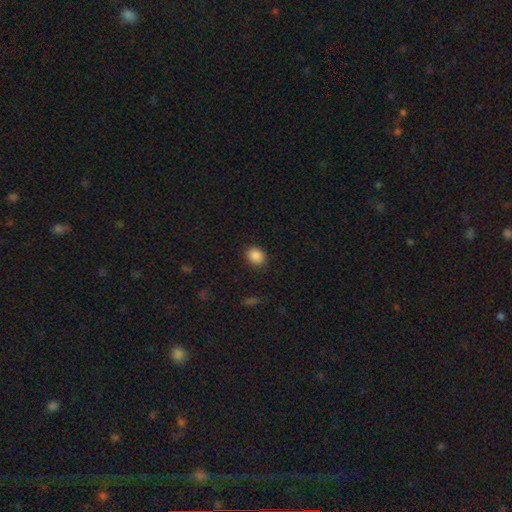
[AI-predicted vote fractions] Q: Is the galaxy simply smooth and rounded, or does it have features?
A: smooth — 87%.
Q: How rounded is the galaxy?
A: in between — 55%.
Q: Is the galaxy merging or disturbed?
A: none — 87%.